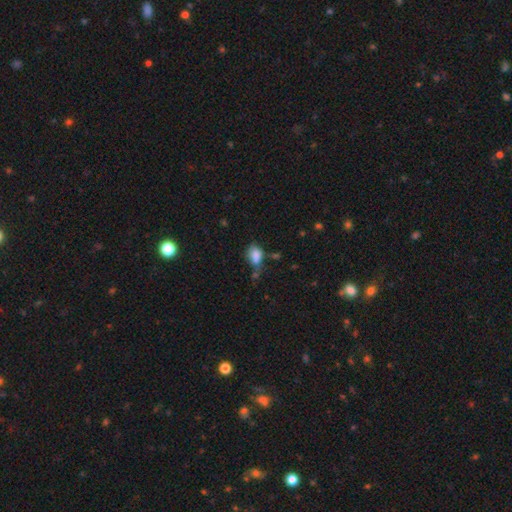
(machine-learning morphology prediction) A smooth galaxy with no disk features (80%) that is in between round and cigar-shaped (82%).

Vote fractions:
- Smooth or featured? smooth: 80% / star or artifact: 11% / featured or disk: 9%
- How rounded? in between: 82% / round: 16% / cigar-shaped: 2%
- Merging? none: 38% / minor disturbance: 31% / merger: 16% / major disturbance: 15%